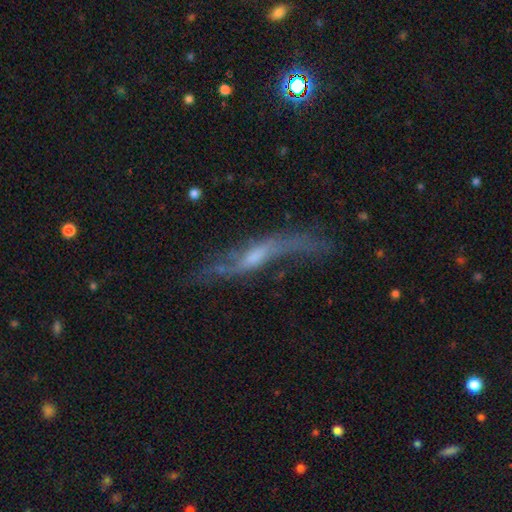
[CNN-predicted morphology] featured or disk 69%, smooth 22%, star or artifact 8%. Down the decision tree: edge-on disk — no (52%); merging — none (45%).